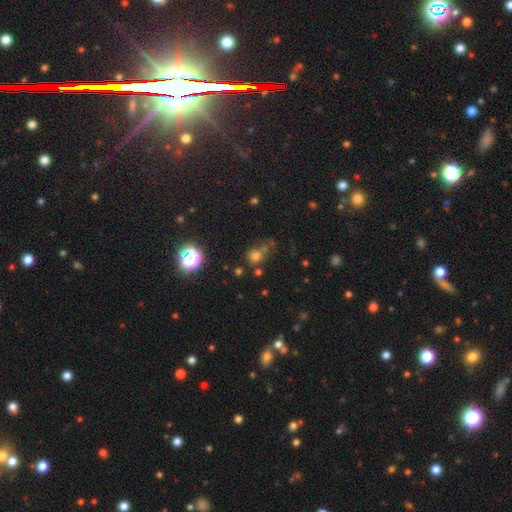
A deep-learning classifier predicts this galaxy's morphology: Smooth or featured?
  - smooth: 65% *
  - star or artifact: 27%
  - featured or disk: 8%
How rounded?
  - round: 85% *
  - in between: 14%
  - cigar-shaped: 1%
Merging?
  - none: 59% *
  - merger: 19%
  - minor disturbance: 14%
  - major disturbance: 8%